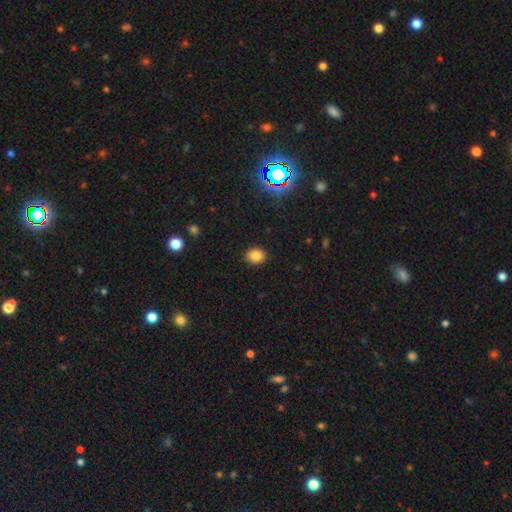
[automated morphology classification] A smooth galaxy with no disk features (84%) that is round (55%). Merging: none (89%).